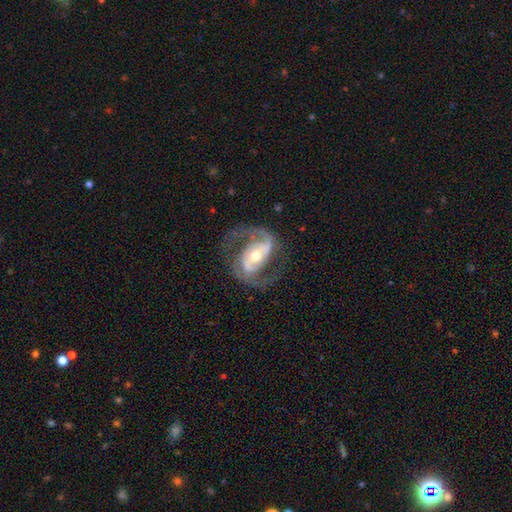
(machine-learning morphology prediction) Smooth or featured? featured or disk (90%)
Edge-on disk? no (97%)
Bar? strong (36%)
Spiral arms? yes (97%)
Spiral winding? medium (58%)
Spiral arm count? 2 (93%)
Bulge size? moderate (63%)
Merging? none (75%)